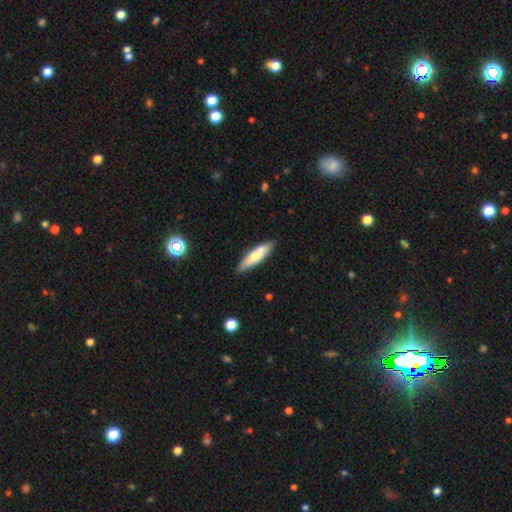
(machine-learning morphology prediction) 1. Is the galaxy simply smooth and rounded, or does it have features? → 65% smooth, 29% featured or disk, 6% star or artifact.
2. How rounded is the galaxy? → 68% cigar-shaped, 30% in between, 2% round.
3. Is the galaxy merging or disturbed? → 84% none, 11% minor disturbance, 3% merger, 2% major disturbance.